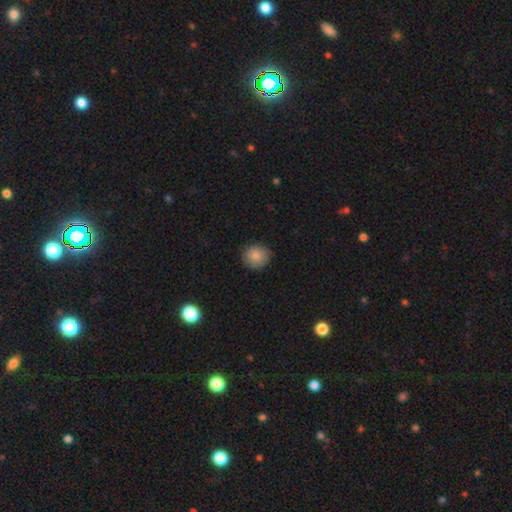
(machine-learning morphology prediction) smooth-or-featured: smooth: 85% | star or artifact: 8% | featured or disk: 7%
  how-rounded: round: 88% | in between: 11% | cigar-shaped: 1%
  merging: none: 85% | minor disturbance: 12% | major disturbance: 2% | merger: 1%